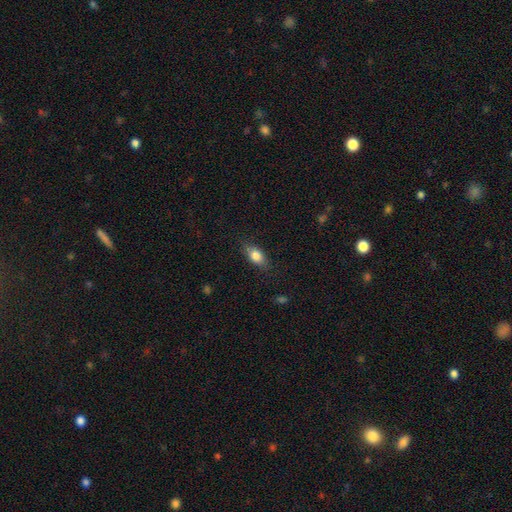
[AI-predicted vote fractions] Morphology: type=smooth (79%); roundness=in between (82%); merging=none (81%).